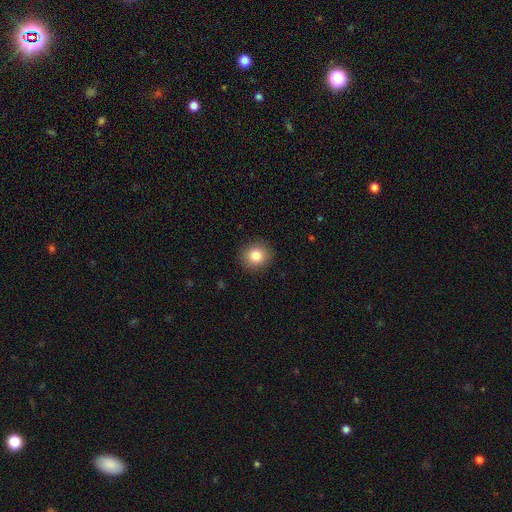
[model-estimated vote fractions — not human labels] Morphology: type=smooth (83%); roundness=round (87%); merging=none (91%).